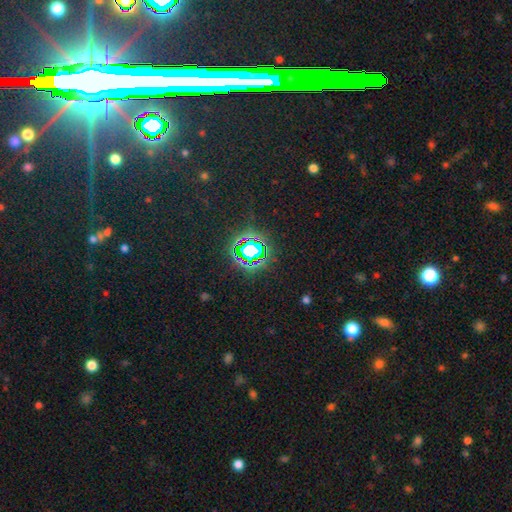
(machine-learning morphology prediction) Smooth or featured: star or artifact — 79% (smooth — 13%)